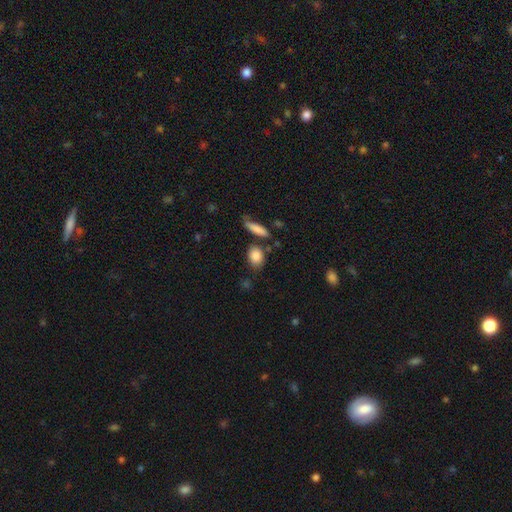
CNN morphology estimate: type=smooth (86%); roundness=in between (62%); merging=none (71%).